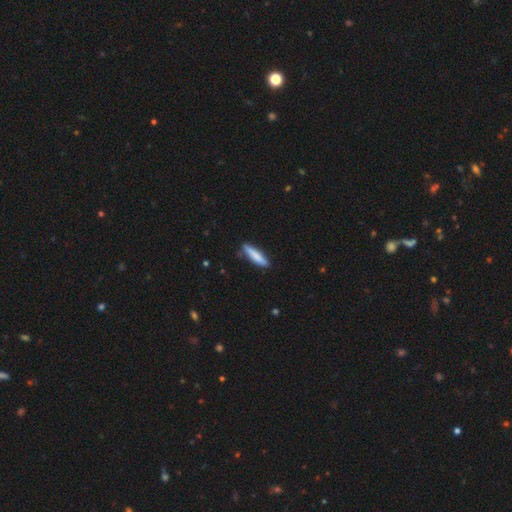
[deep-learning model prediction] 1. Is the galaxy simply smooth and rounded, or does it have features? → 79% smooth, 15% featured or disk, 5% star or artifact.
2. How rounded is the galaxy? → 84% cigar-shaped, 15% in between, 1% round.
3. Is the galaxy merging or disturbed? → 84% none, 12% minor disturbance, 2% major disturbance, 2% merger.